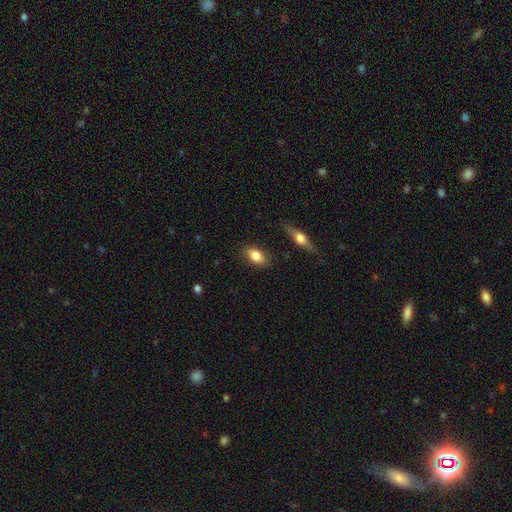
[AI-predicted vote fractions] This is clearly a smooth galaxy (81%). How rounded: clearly in between (86%). Merging: clearly none (85%).